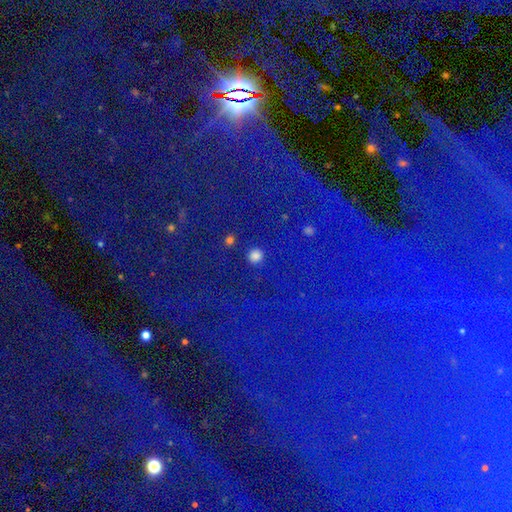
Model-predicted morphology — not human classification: This appears to be a smooth galaxy with no disk features (71%) that is round (90%). Merging: none (88%).